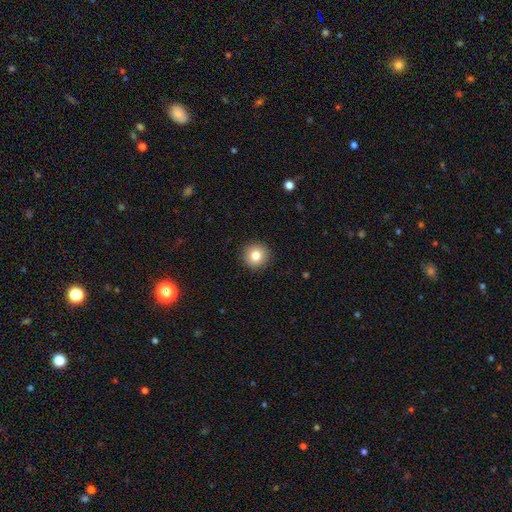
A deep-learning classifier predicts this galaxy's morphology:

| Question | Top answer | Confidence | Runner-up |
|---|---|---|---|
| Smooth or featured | smooth | 81% | star or artifact (10%) |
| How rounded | round | 95% | in between (4%) |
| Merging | none | 92% | minor disturbance (5%) |